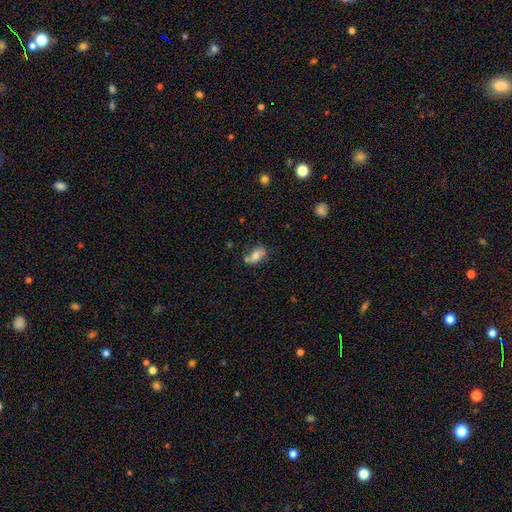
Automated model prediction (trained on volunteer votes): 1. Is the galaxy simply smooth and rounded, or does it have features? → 64% smooth, 25% featured or disk, 10% star or artifact.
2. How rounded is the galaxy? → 85% in between, 10% round, 5% cigar-shaped.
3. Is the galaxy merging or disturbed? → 47% none, 24% minor disturbance, 20% merger, 10% major disturbance.